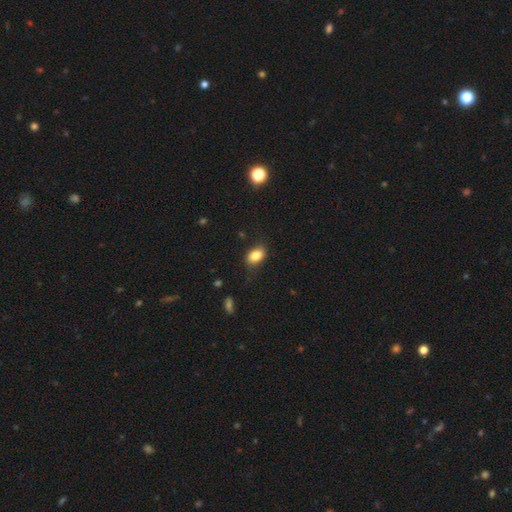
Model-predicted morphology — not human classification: Smooth or featured?
  - smooth: 84% *
  - star or artifact: 9%
  - featured or disk: 7%
How rounded?
  - in between: 84% *
  - round: 15%
  - cigar-shaped: 2%
Merging?
  - none: 78% *
  - minor disturbance: 16%
  - major disturbance: 5%
  - merger: 1%